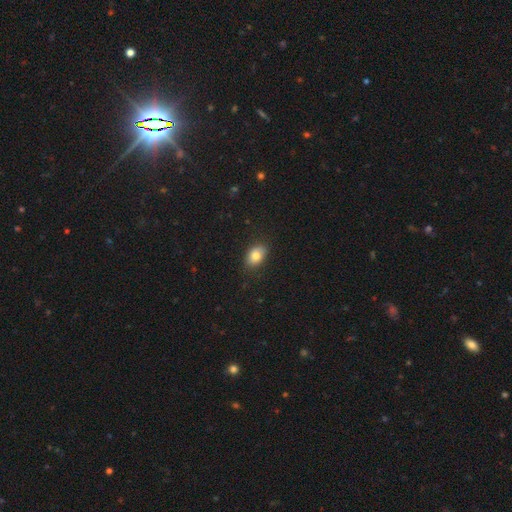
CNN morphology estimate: Smooth or featured?
  - smooth: 82% *
  - featured or disk: 10%
  - star or artifact: 9%
How rounded?
  - in between: 81% *
  - round: 18%
  - cigar-shaped: 1%
Merging?
  - none: 84% *
  - minor disturbance: 13%
  - major disturbance: 3%
  - merger: 1%